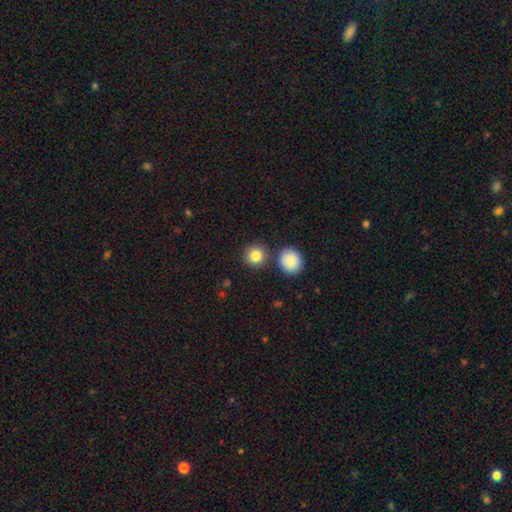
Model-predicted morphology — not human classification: The model was most divided on "merging": none: 81%, merger: 10%, minor disturbance: 7%, major disturbance: 2%. More confident: how rounded — round (90%); smooth or featured — smooth (85%).